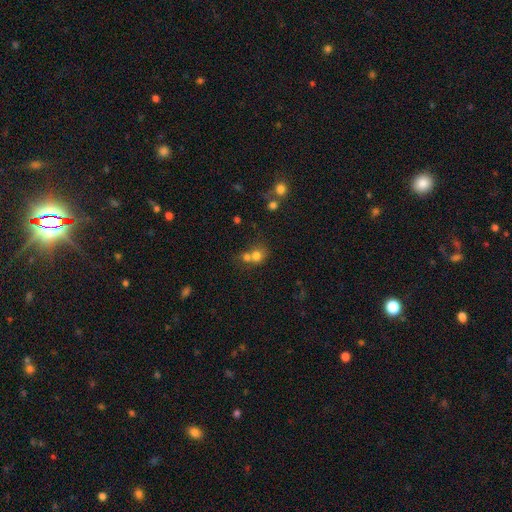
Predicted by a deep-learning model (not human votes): This is likely a smooth galaxy (72%). How rounded: likely round (70%). Merging: possibly merger (57%).